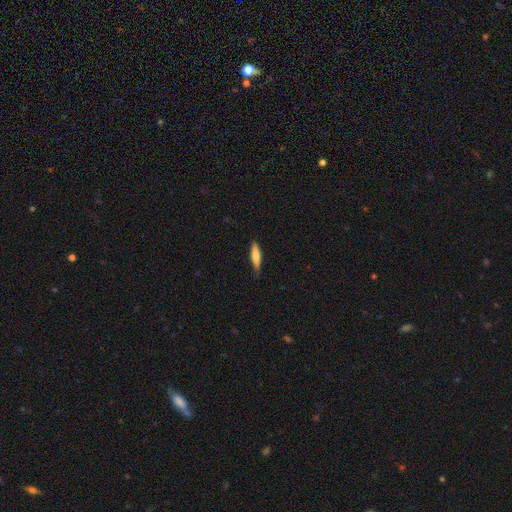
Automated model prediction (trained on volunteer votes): smooth 71%, featured or disk 23%, star or artifact 6%. Down the decision tree: how rounded — cigar-shaped (80%); merging — none (83%).